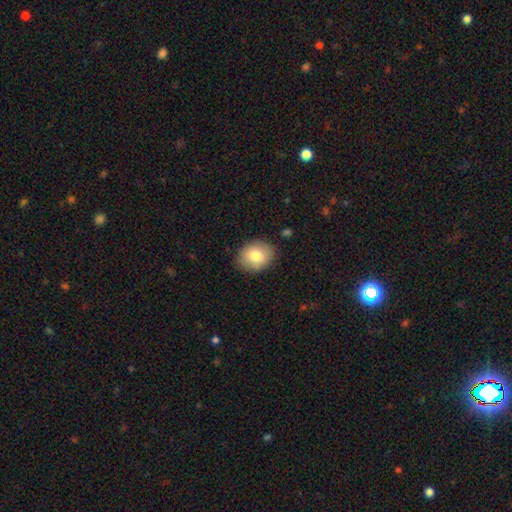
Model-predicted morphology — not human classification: Overall: smooth (81%). How rounded: round (56%; in between 43%). Merging: none (86%).